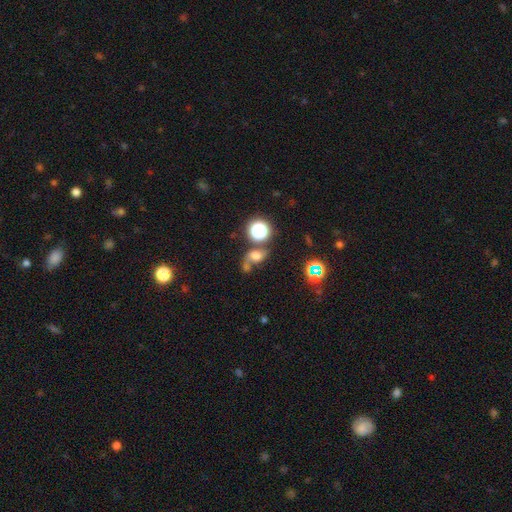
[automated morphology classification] Smooth or featured? Predicted: smooth (p=0.50). How rounded? Predicted: round (p=0.52). Merging? Predicted: none (p=0.34).